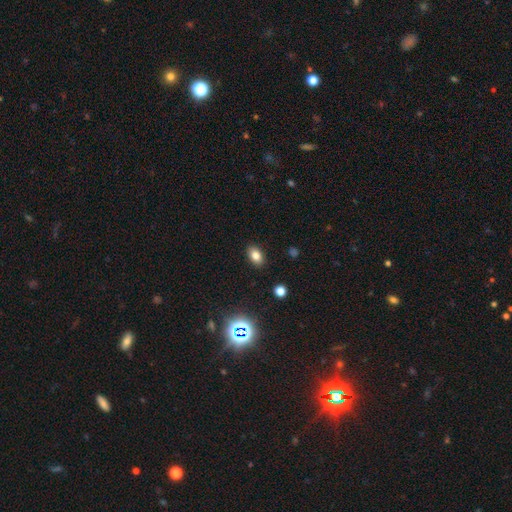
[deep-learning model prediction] This is likely a smooth galaxy (79%). How rounded: clearly in between (85%). Merging: clearly none (88%).